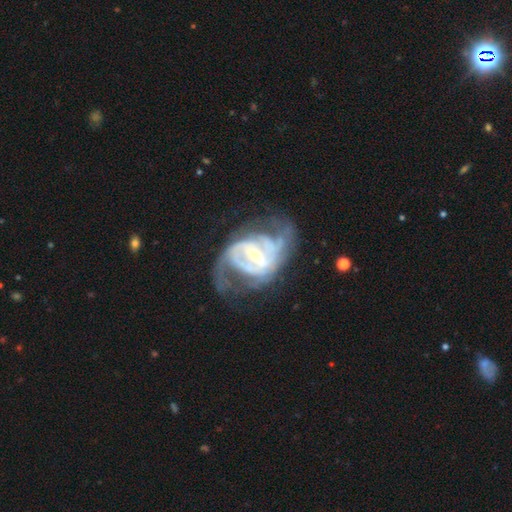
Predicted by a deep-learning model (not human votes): featured or disk 88%, smooth 7%, star or artifact 6%. Down the decision tree: edge-on disk — no (97%); bar — strong (50%); spiral arms — yes (91%); spiral arm count — 2 (54%); spiral winding — medium (46%); bulge size — small (49%); merging — none (45%).